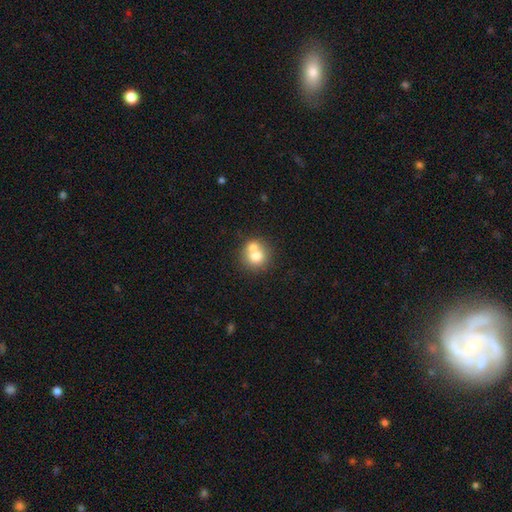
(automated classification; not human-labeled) The model was most divided on "merging": merger: 46%, none: 44%, minor disturbance: 7%, major disturbance: 2%. More confident: how rounded — round (89%); smooth or featured — smooth (70%).